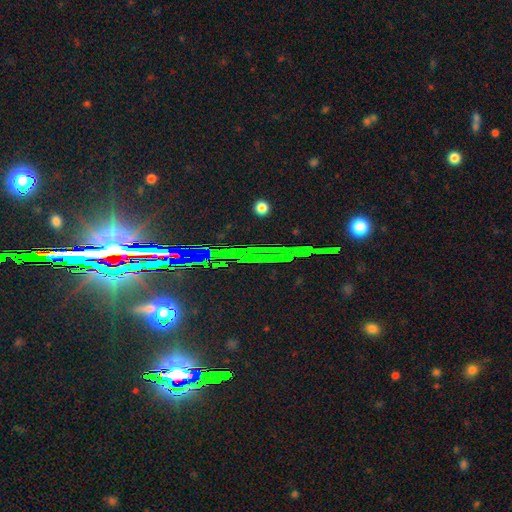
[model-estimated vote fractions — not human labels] smooth_or_featured: star or artifact (p=0.83) [alt: featured or disk p=0.10]